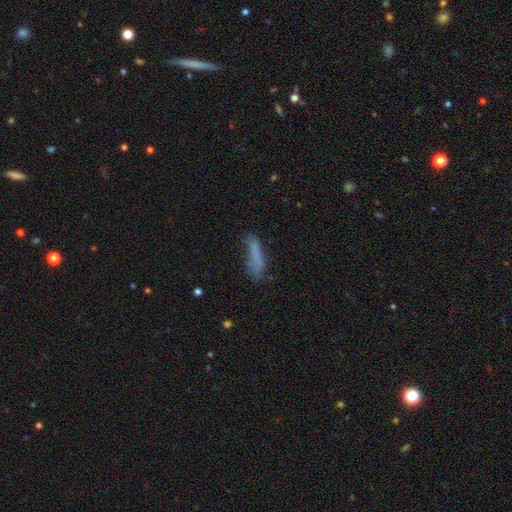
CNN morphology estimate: Smooth or featured?
  - smooth: 72% *
  - featured or disk: 17%
  - star or artifact: 11%
How rounded?
  - cigar-shaped: 72% *
  - in between: 26%
  - round: 2%
Merging?
  - none: 53% *
  - minor disturbance: 27%
  - major disturbance: 16%
  - merger: 4%